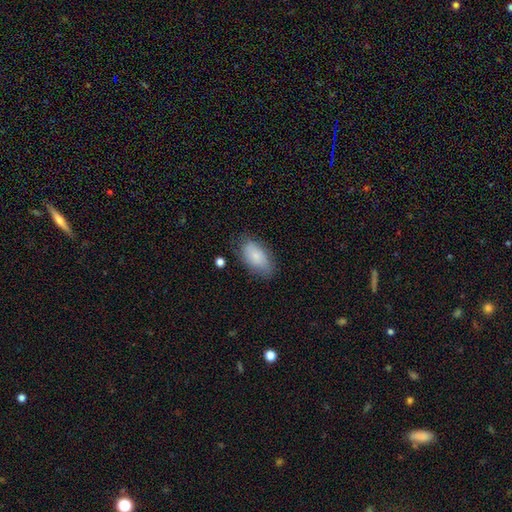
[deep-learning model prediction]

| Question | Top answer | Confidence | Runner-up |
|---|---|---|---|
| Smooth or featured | smooth | 79% | featured or disk (15%) |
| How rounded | in between | 93% | round (3%) |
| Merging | none | 72% | minor disturbance (20%) |